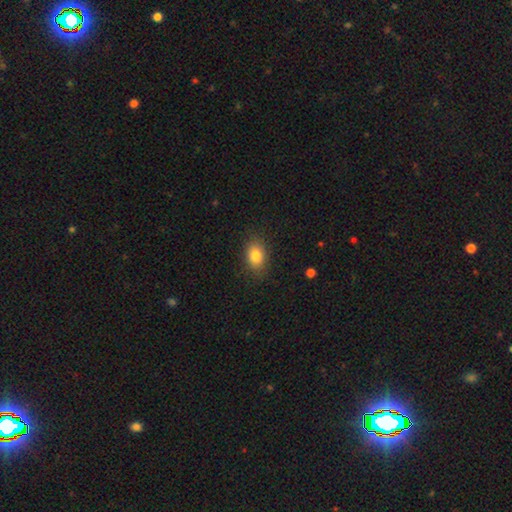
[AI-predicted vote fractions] A smooth galaxy with no disk features (83%) that is in between round and cigar-shaped (77%). Merging: none (85%).